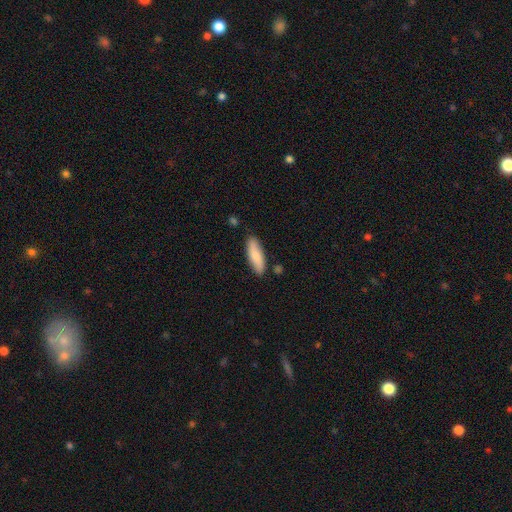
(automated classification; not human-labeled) This appears to be a smooth galaxy with no disk features (82%) that is in between round and cigar-shaped (51%). Merging: none (83%).